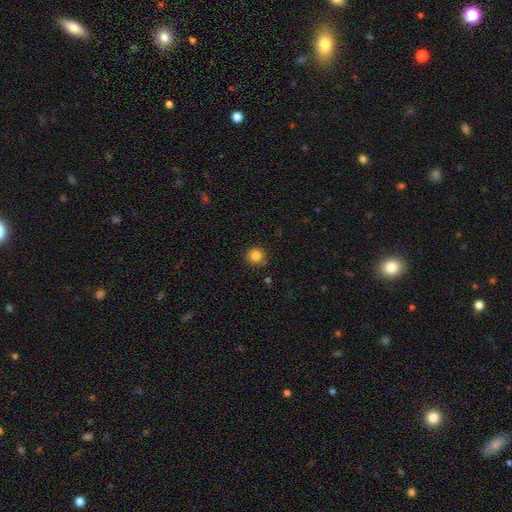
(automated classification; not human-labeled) This is clearly a smooth galaxy (83%). How rounded: clearly round (94%). Merging: clearly none (84%).